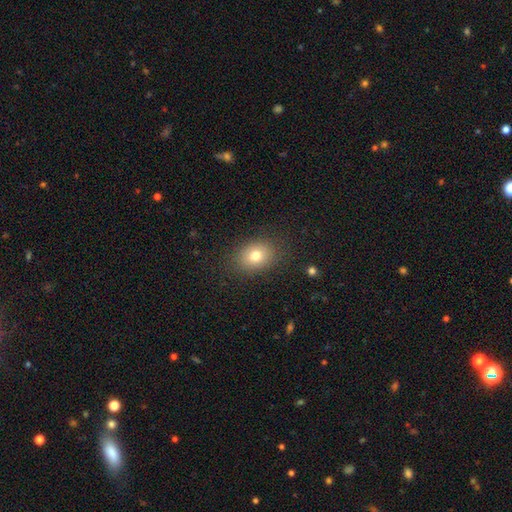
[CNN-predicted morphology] This appears to be a smooth galaxy with no disk features (78%) that is in between round and cigar-shaped (59%). Merging: none (85%).